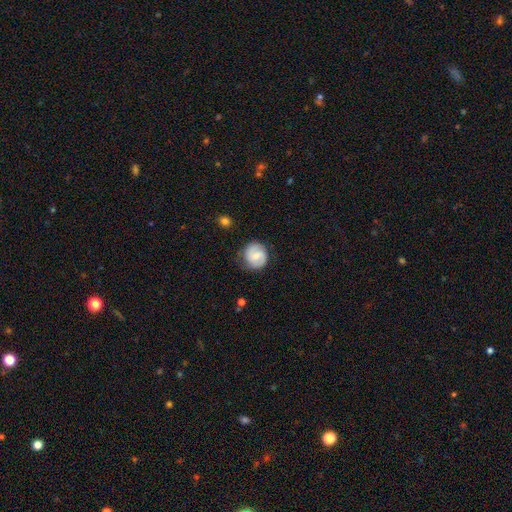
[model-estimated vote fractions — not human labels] featured or disk 57%, smooth 37%, star or artifact 7%. Down the decision tree: edge-on disk — no (98%); bar — weak (53%); spiral arms — yes (89%); bulge size — small (46%); merging — none (78%).